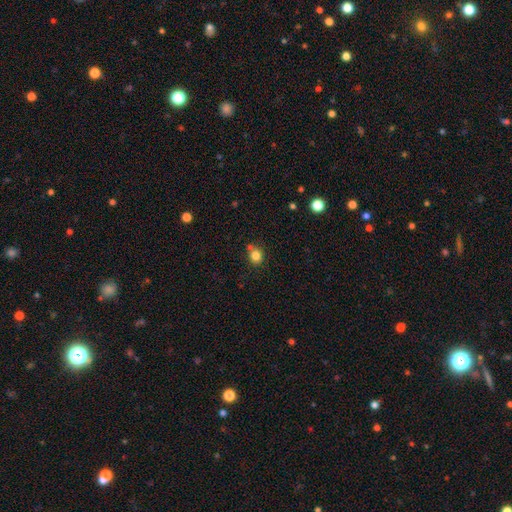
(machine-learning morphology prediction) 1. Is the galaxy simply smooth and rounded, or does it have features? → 82% smooth, 12% star or artifact, 6% featured or disk.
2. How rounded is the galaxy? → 80% round, 19% in between, 1% cigar-shaped.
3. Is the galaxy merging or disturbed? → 69% none, 15% merger, 13% minor disturbance, 4% major disturbance.